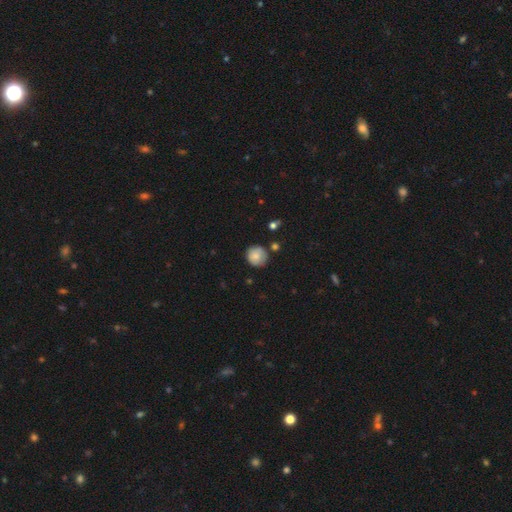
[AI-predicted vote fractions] Morphology: type=smooth (79%); roundness=round (90%); merging=none (77%).